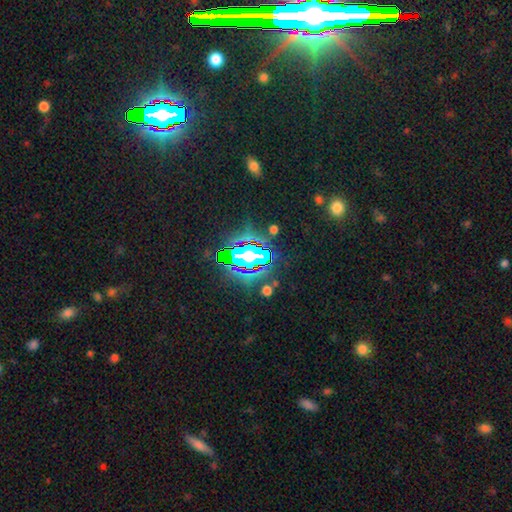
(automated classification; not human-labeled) The model was most divided on "smooth or featured": star or artifact: 67%, smooth: 20%, featured or disk: 13%.